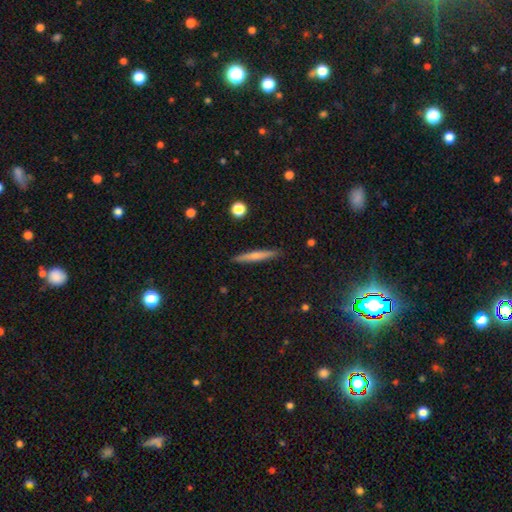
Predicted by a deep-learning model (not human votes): Morphology: type=smooth (58%); roundness=cigar-shaped (94%); merging=none (90%).